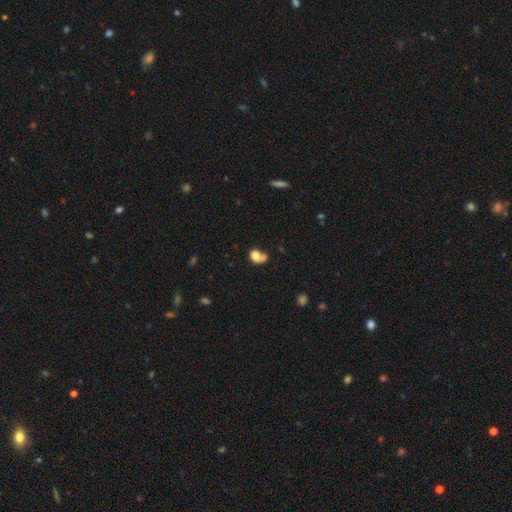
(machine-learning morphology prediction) Smooth or featured: smooth — 75% (featured or disk — 15%)
How rounded: in between — 50% (round — 49%)
Merging: none — 34% (merger — 31%)